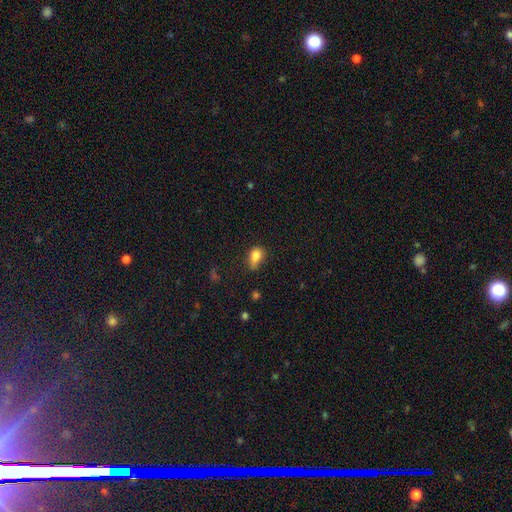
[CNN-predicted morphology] This appears to be a smooth galaxy with no disk features (78%) that is in between round and cigar-shaped (70%). Merging: minor disturbance (38%).